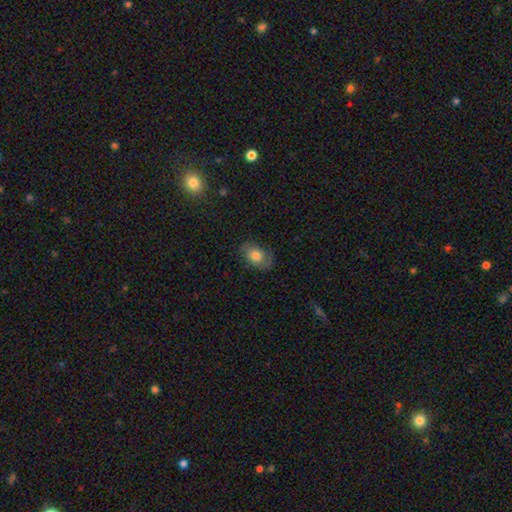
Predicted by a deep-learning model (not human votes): The model was most divided on "smooth or featured": smooth: 61%, featured or disk: 31%, star or artifact: 9%. More confident: how rounded — in between (76%); merging — none (72%).